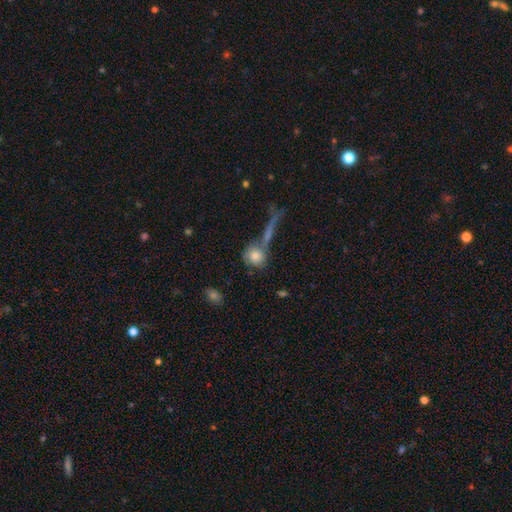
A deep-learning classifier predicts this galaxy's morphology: This appears to be a smooth galaxy with no disk features (76%) that is round (83%). Merging: none (53%).